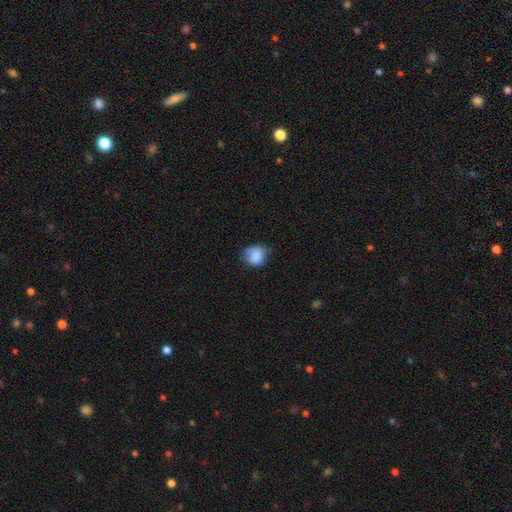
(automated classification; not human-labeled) Overall: smooth (81%). How rounded: round (55%; in between 44%). Merging: none (49%; minor disturbance 37%).